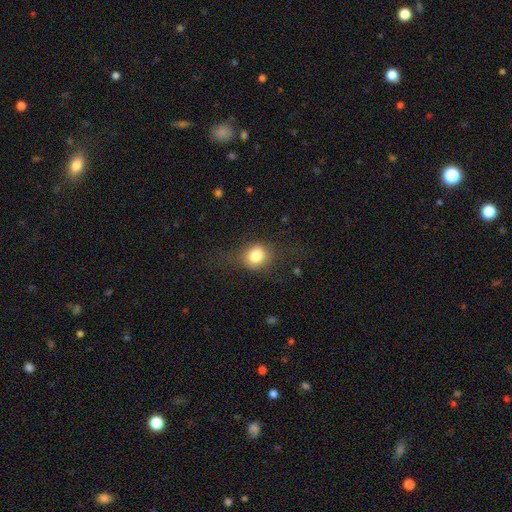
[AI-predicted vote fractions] This is likely a smooth galaxy (78%). How rounded: likely round (69%). Merging: likely none (67%).